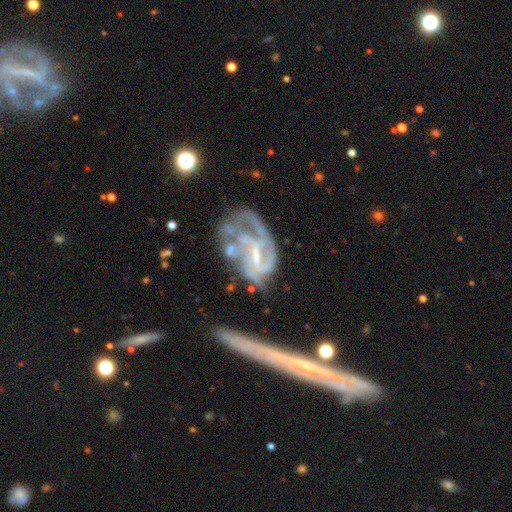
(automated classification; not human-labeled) featured or disk 77%, smooth 14%, star or artifact 9%. Down the decision tree: edge-on disk — no (96%); bar — no (40%, tied with weak); spiral arms — yes (61%); bulge size — none (39%); merging — major disturbance (39%).